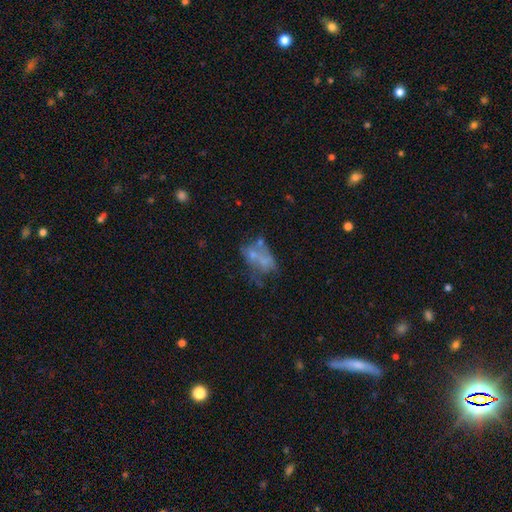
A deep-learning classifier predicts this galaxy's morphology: This appears to be a featured or disk galaxy (48%). Merging: major disturbance (28%).